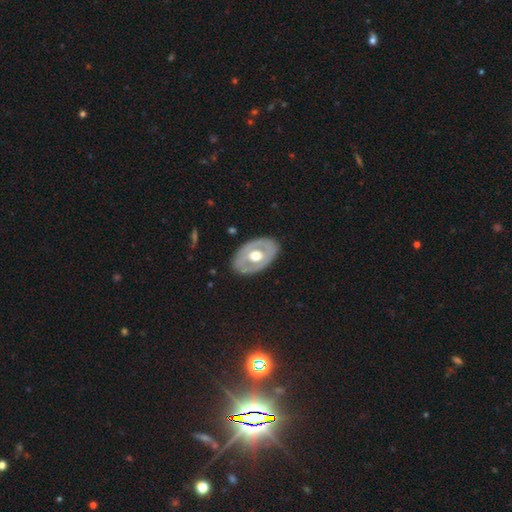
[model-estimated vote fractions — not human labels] This is possibly a featured or disk galaxy (59%). It is clearly not viewed edge-on (89%). Bar: clearly no (86%). Spiral arm pattern: clearly no (88%). Central bulge: likely moderate (64%). Merging: clearly none (82%).